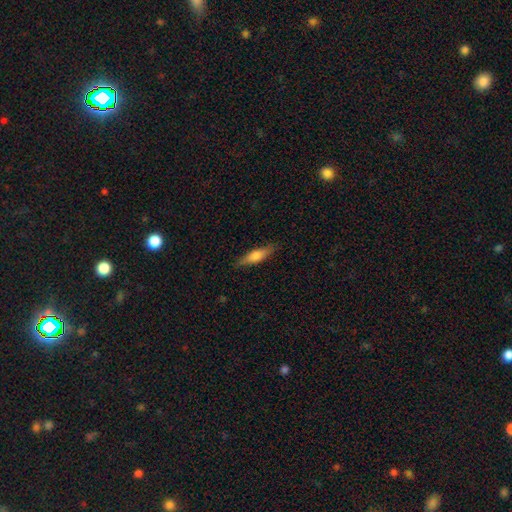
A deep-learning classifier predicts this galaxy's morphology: Smooth or featured? smooth (62%)
How rounded? cigar-shaped (68%)
Merging? none (85%)